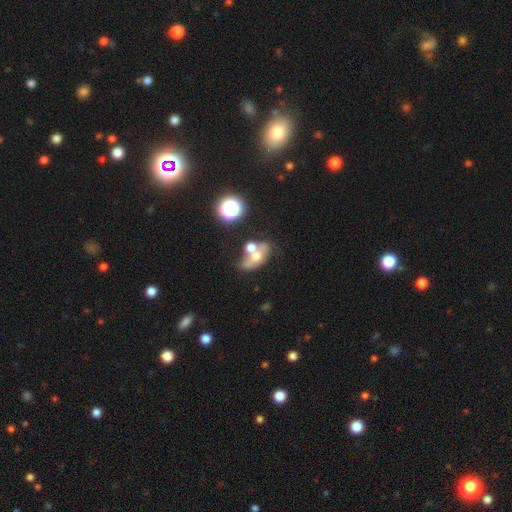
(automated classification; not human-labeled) A smooth galaxy with no disk features (52%) that is in between round and cigar-shaped (72%).

Vote fractions:
- Smooth or featured? smooth: 52% / featured or disk: 35% / star or artifact: 13%
- How rounded? in between: 72% / round: 24% / cigar-shaped: 4%
- Merging? merger: 46% / none: 33% / minor disturbance: 13% / major disturbance: 8%